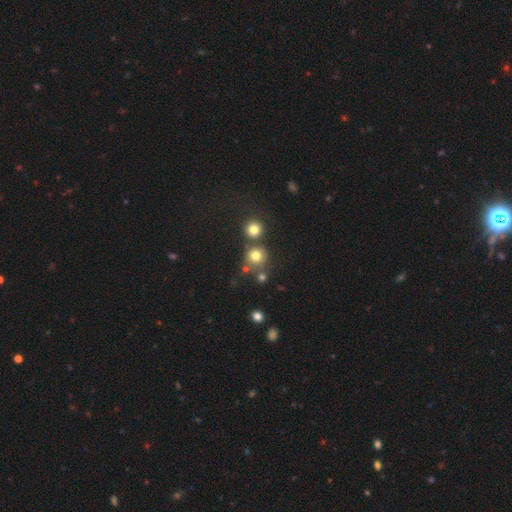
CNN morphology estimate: Q: Smooth or featured?
A: smooth (76%); runner-up: star or artifact (16%)
Q: How rounded?
A: round (90%); runner-up: in between (9%)
Q: Merging?
A: none (66%); runner-up: merger (21%)